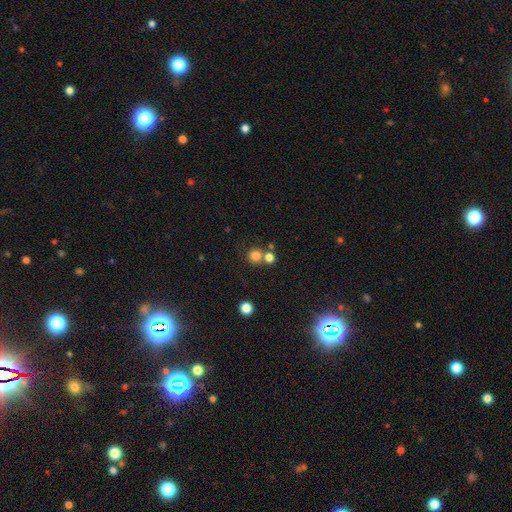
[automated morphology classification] smooth 79%, star or artifact 14%, featured or disk 7%. Down the decision tree: how rounded — round (92%); merging — none (64%).